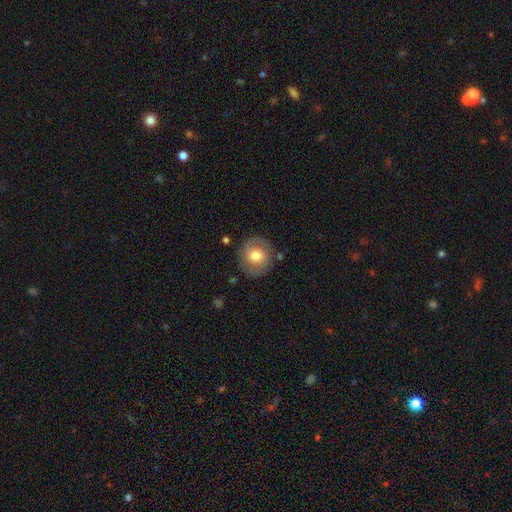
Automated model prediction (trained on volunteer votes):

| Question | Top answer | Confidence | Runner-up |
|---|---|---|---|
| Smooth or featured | smooth | 66% | featured or disk (27%) |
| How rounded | round | 90% | in between (9%) |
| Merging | none | 83% | minor disturbance (11%) |